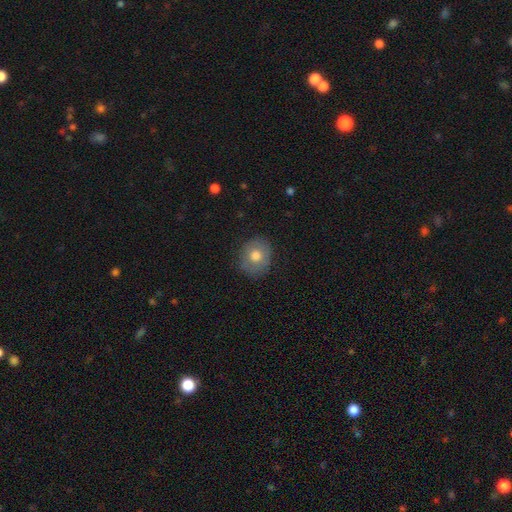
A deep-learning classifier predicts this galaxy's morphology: Q: Smooth or featured?
A: smooth (74%); runner-up: featured or disk (18%)
Q: How rounded?
A: round (71%); runner-up: in between (28%)
Q: Merging?
A: none (84%); runner-up: minor disturbance (12%)